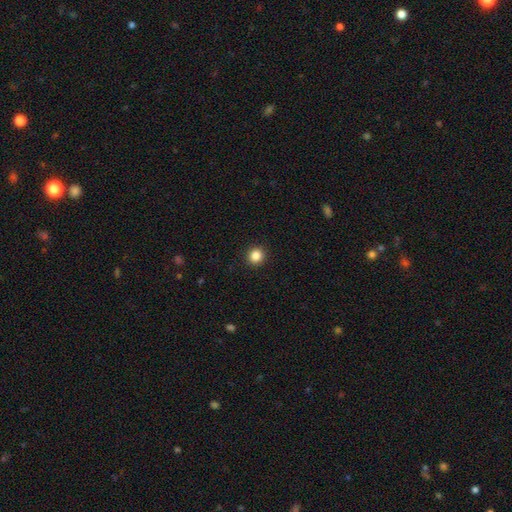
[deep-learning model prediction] The model was most divided on "smooth or featured": smooth: 85%, star or artifact: 11%, featured or disk: 4%. More confident: merging — none (93%); how rounded — round (92%).